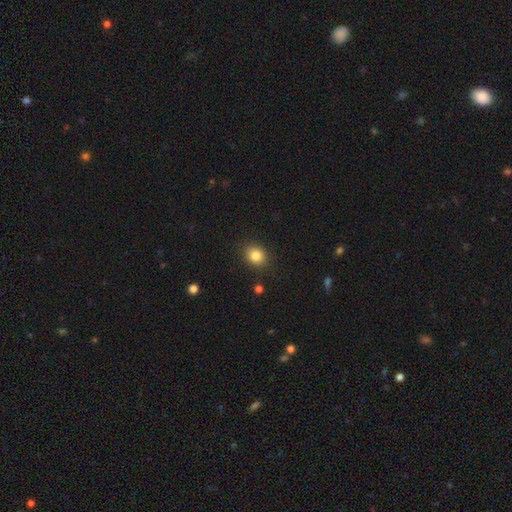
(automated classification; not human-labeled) smooth 84%, star or artifact 11%, featured or disk 6%. Down the decision tree: how rounded — round (65%); merging — none (88%).